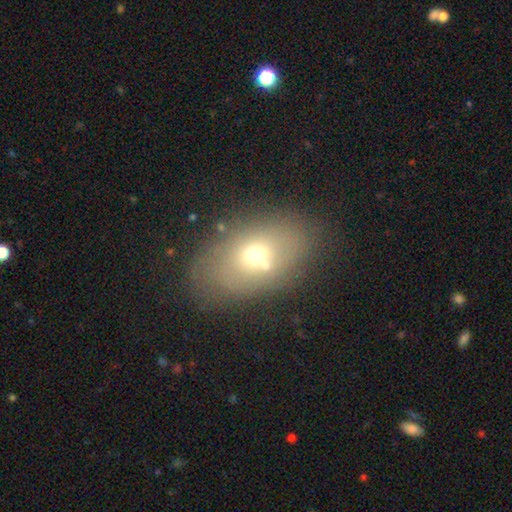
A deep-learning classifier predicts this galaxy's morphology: Smooth or featured?
  - smooth: 61% *
  - featured or disk: 25%
  - star or artifact: 15%
How rounded?
  - in between: 80% *
  - round: 18%
  - cigar-shaped: 2%
Merging?
  - none: 67% *
  - minor disturbance: 14%
  - merger: 13%
  - major disturbance: 6%